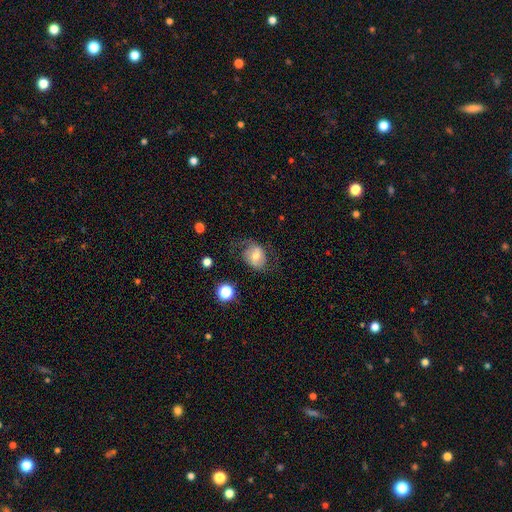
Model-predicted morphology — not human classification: smooth-or-featured: smooth: 51% | featured or disk: 38% | star or artifact: 10%
  how-rounded: in between: 52% | round: 47% | cigar-shaped: 1%
  merging: none: 57% | minor disturbance: 23% | major disturbance: 18% | merger: 2%